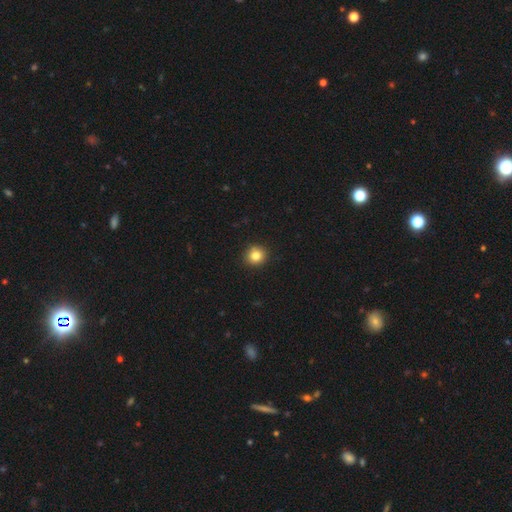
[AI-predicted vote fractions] Morphology: type=smooth (83%); roundness=round (90%); merging=none (90%).